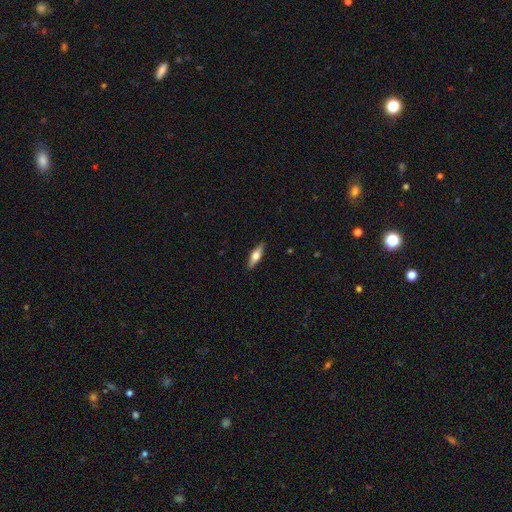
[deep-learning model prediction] smooth-or-featured: smooth: 49% | featured or disk: 45% | star or artifact: 6%
  merging: none: 89% | minor disturbance: 8% | major disturbance: 2% | merger: 1%